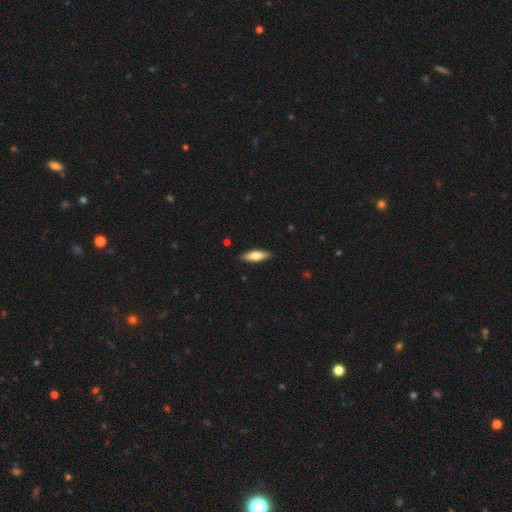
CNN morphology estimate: Overall: smooth (71%). How rounded: in between (57%; cigar-shaped 41%). Merging: none (89%).